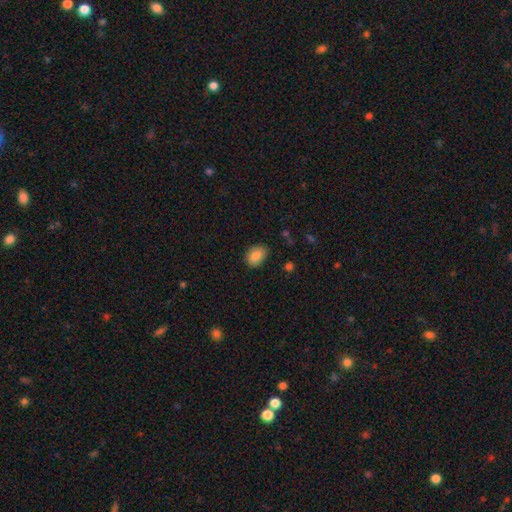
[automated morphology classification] A smooth galaxy with no disk features (85%) that is in between round and cigar-shaped (73%). Merging: none (83%).